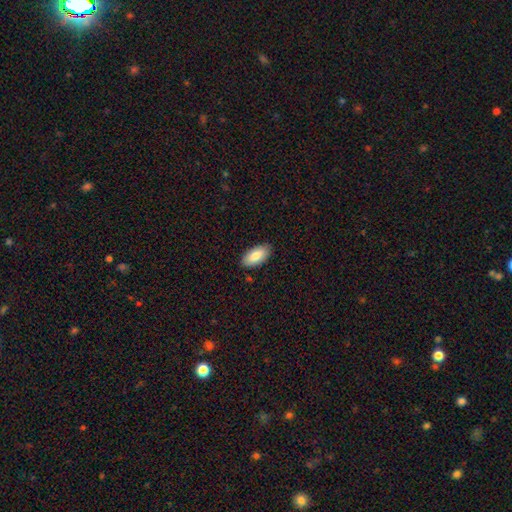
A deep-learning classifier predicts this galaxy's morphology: type=smooth (83%); roundness=in between (92%); merging=none (88%).